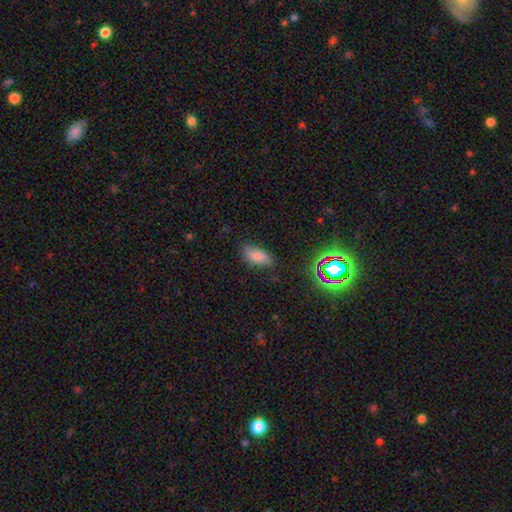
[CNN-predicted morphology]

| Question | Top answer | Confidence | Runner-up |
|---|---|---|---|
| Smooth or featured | smooth | 73% | star or artifact (13%) |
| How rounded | in between | 87% | cigar-shaped (9%) |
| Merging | none | 78% | minor disturbance (17%) |